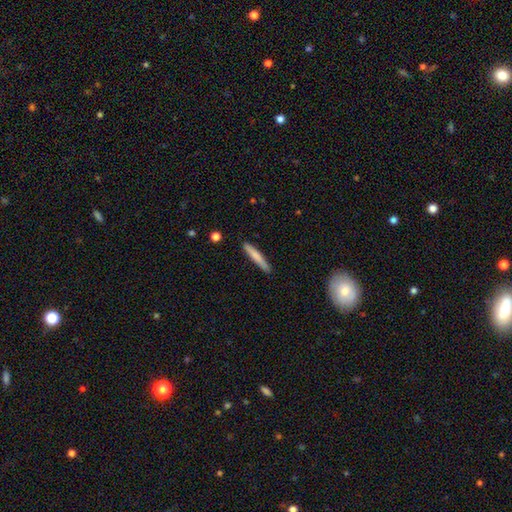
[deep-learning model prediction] smooth_or_featured: smooth (p=0.74) [alt: featured or disk p=0.21]
how_rounded: cigar-shaped (p=0.94) [alt: in between p=0.05]
merging: none (p=0.86) [alt: minor disturbance p=0.11]